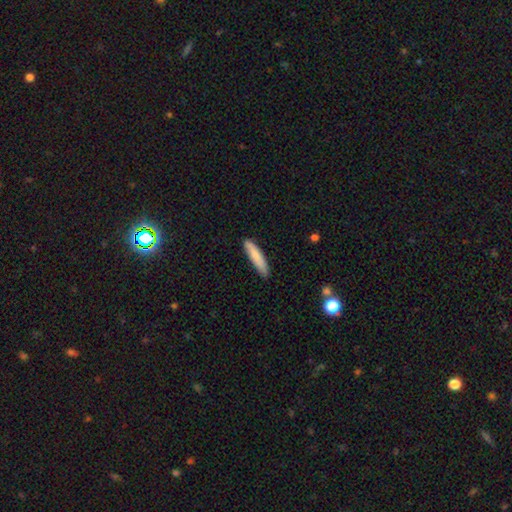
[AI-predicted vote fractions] Smooth or featured: smooth — 82% (featured or disk — 12%)
How rounded: cigar-shaped — 87% (in between — 12%)
Merging: none — 85% (minor disturbance — 11%)